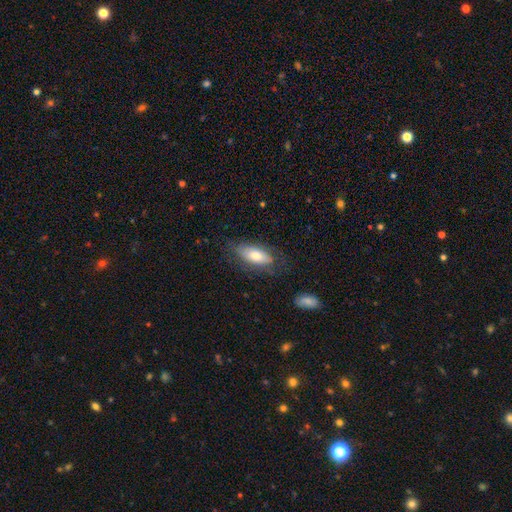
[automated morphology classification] smooth-or-featured: smooth: 69% | featured or disk: 24% | star or artifact: 7%
  how-rounded: in between: 82% | cigar-shaped: 16% | round: 2%
  merging: none: 71% | minor disturbance: 20% | major disturbance: 8% | merger: 2%